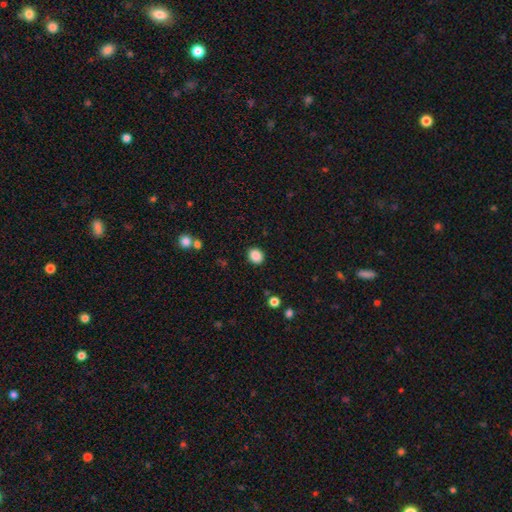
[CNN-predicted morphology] Smooth or featured?
  - smooth: 87% *
  - star or artifact: 10%
  - featured or disk: 3%
How rounded?
  - round: 66% *
  - in between: 33%
  - cigar-shaped: 1%
Merging?
  - none: 89% *
  - minor disturbance: 7%
  - major disturbance: 2%
  - merger: 1%